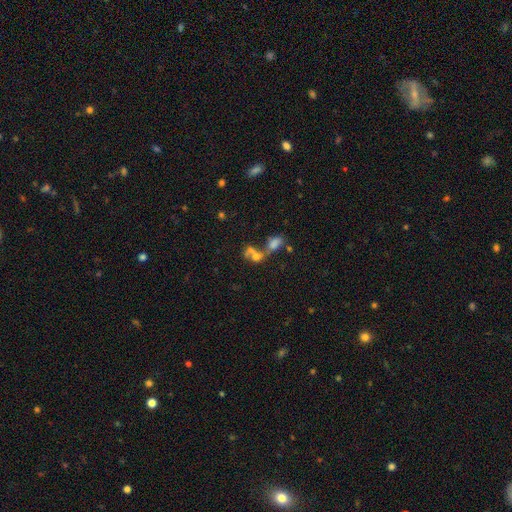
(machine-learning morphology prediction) type=smooth (59%); roundness=in between (58%); merging=merger (65%).